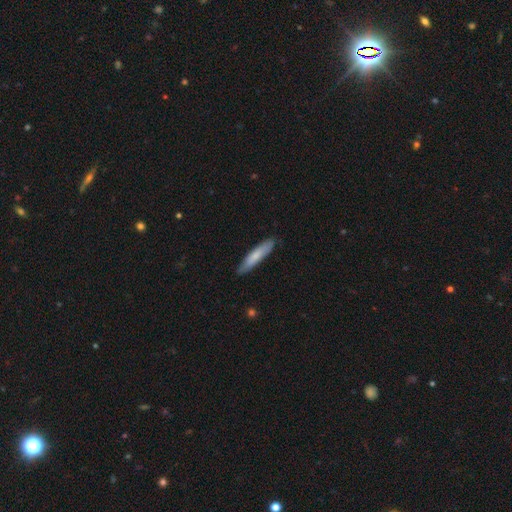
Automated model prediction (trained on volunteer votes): Overall: smooth (73%). How rounded: cigar-shaped (85%). Merging: none (84%).